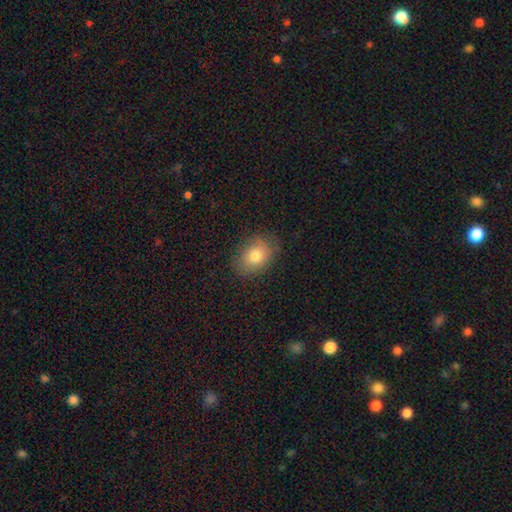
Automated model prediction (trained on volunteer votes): Smooth or featured: smooth — 78% (featured or disk — 12%)
How rounded: in between — 74% (round — 25%)
Merging: none — 81% (minor disturbance — 14%)